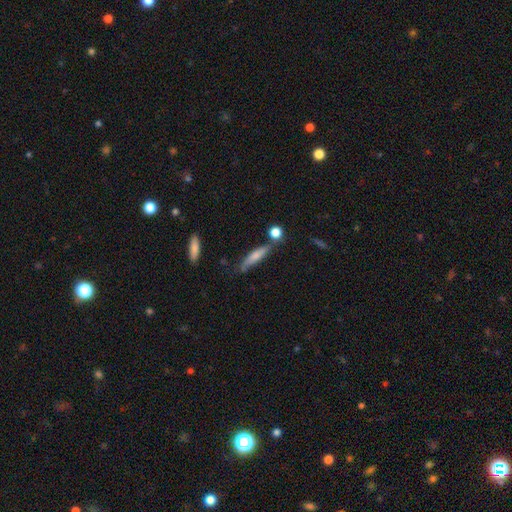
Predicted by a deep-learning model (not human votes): smooth_or_featured: smooth (p=0.65) [alt: featured or disk p=0.28]
how_rounded: cigar-shaped (p=0.82) [alt: in between p=0.16]
merging: none (p=0.66) [alt: minor disturbance p=0.18]